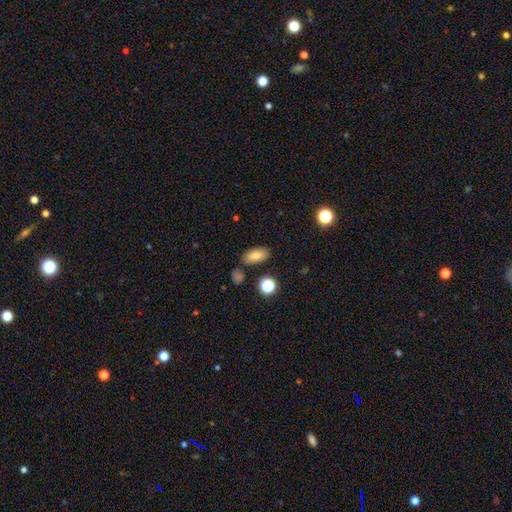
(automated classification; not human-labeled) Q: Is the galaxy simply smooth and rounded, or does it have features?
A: smooth — 79%.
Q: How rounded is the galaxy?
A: in between — 89%.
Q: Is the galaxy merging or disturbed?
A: none — 79%.